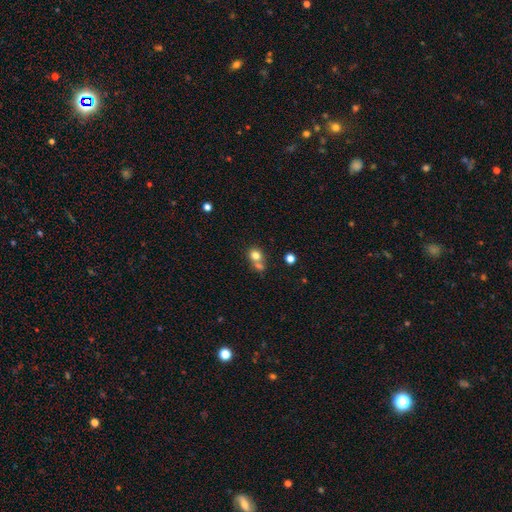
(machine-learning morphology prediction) This is likely a smooth galaxy (77%). How rounded: likely round (73%). Merging: possibly merger (47%).